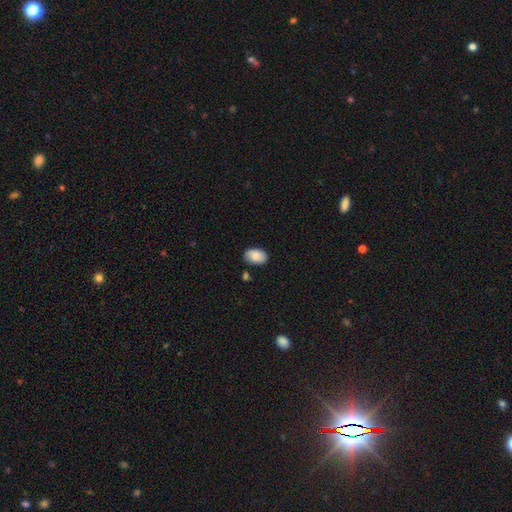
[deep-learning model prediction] Morphology: type=smooth (83%); roundness=in between (88%); merging=none (75%).